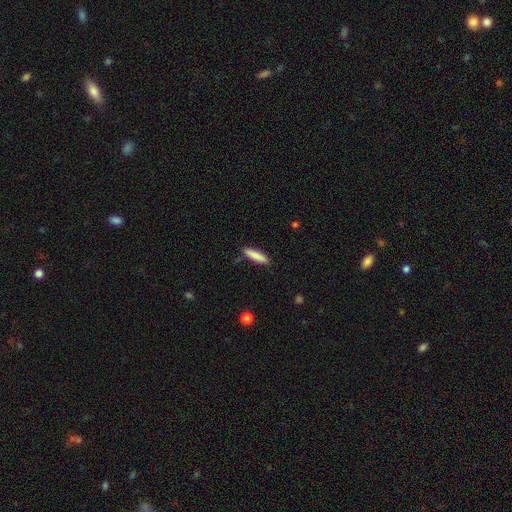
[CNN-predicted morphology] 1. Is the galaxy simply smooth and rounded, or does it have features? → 86% smooth, 8% featured or disk, 6% star or artifact.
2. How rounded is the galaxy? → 70% cigar-shaped, 29% in between, 1% round.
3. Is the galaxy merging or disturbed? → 88% none, 9% minor disturbance, 2% major disturbance, 1% merger.